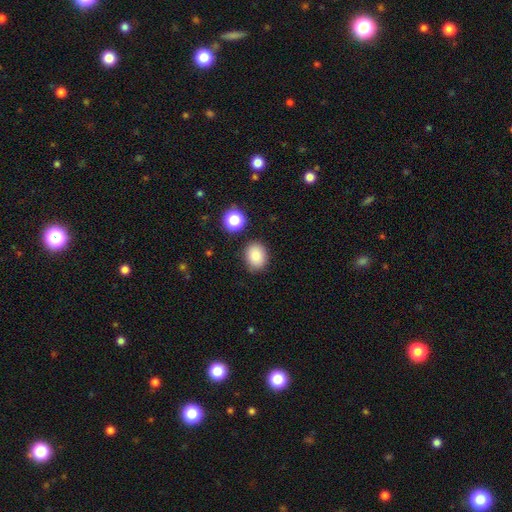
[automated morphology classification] smooth-or-featured: smooth: 85% | star or artifact: 10% | featured or disk: 5%
  how-rounded: in between: 53% | round: 46% | cigar-shaped: 1%
  merging: none: 83% | minor disturbance: 11% | merger: 3% | major disturbance: 3%